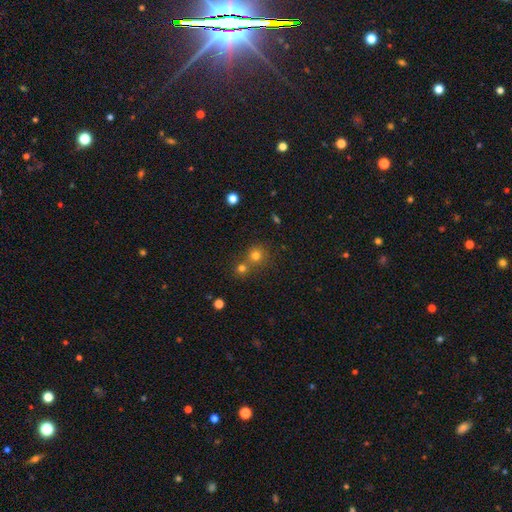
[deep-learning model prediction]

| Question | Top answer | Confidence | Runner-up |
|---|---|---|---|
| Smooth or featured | smooth | 73% | star or artifact (18%) |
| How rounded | round | 88% | in between (11%) |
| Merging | none | 55% | merger (36%) |